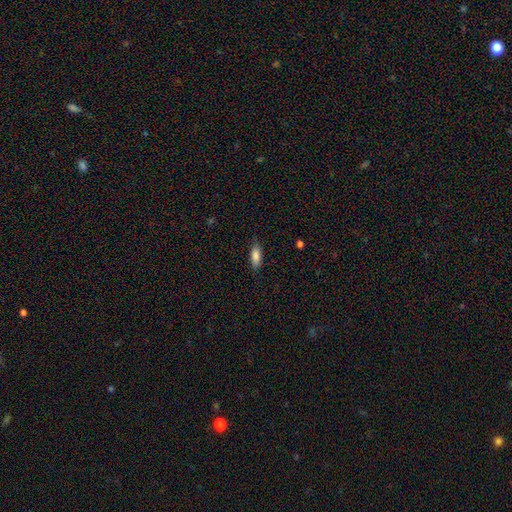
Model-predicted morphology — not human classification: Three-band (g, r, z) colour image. It shows a smooth galaxy with no disk features (85%) that is in between round and cigar-shaped (71%). Merging: none (83%).